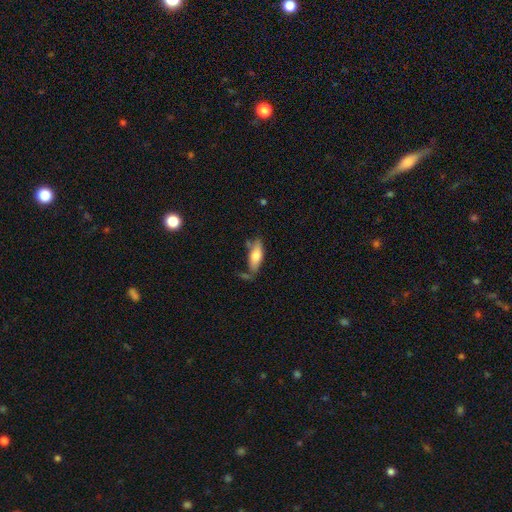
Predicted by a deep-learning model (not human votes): A smooth galaxy with no disk features (72%) that is in between round and cigar-shaped (67%). Merging: none (61%).